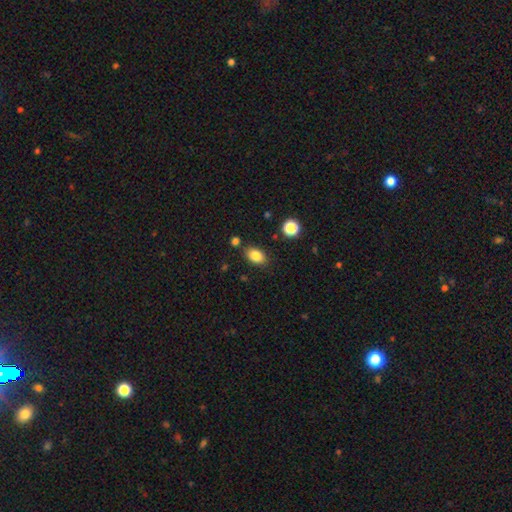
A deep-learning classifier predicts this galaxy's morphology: smooth-or-featured: smooth: 84% | star or artifact: 10% | featured or disk: 6%
  how-rounded: in between: 82% | round: 16% | cigar-shaped: 2%
  merging: none: 81% | minor disturbance: 11% | merger: 5% | major disturbance: 3%